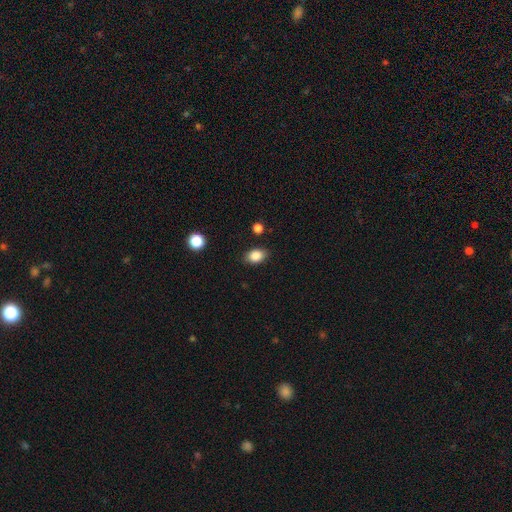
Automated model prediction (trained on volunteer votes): Smooth or featured?
  - smooth: 86% *
  - star or artifact: 9%
  - featured or disk: 5%
How rounded?
  - in between: 77% *
  - round: 21%
  - cigar-shaped: 1%
Merging?
  - none: 85% *
  - minor disturbance: 11%
  - major disturbance: 3%
  - merger: 2%